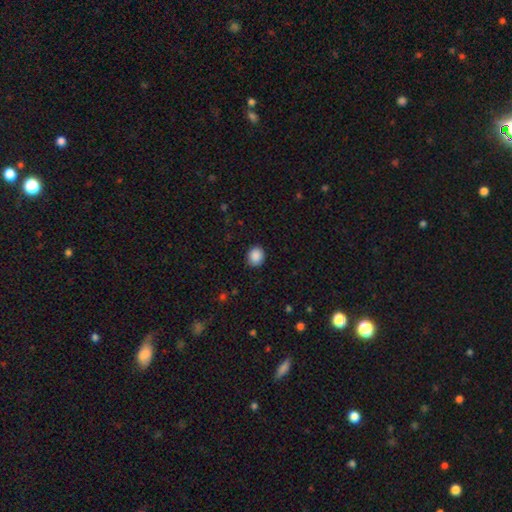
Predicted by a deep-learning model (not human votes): A smooth galaxy with no disk features (89%) that is round (74%).

Vote fractions:
- Smooth or featured? smooth: 89% / star or artifact: 9% / featured or disk: 3%
- How rounded? round: 74% / in between: 25% / cigar-shaped: 1%
- Merging? none: 88% / minor disturbance: 9% / major disturbance: 2% / merger: 1%